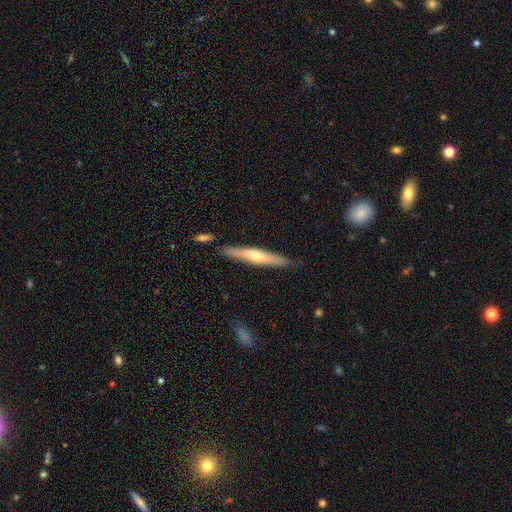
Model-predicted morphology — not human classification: Q: Smooth or featured?
A: featured or disk (53%); runner-up: smooth (42%)
Q: Edge-on disk?
A: yes (93%); runner-up: no (7%)
Q: Merging?
A: none (85%); runner-up: minor disturbance (10%)